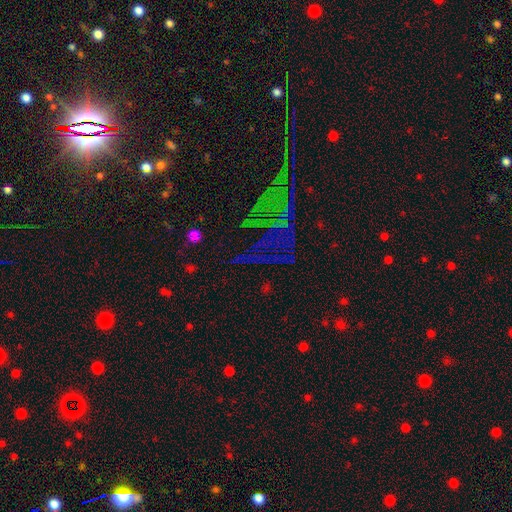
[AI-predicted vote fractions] This appears to be a star or artifact, not a galaxy (74%).